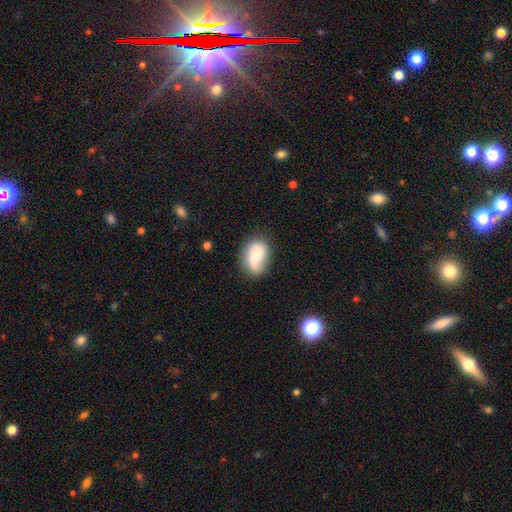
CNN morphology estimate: Smooth or featured?
  - smooth: 50% *
  - featured or disk: 42%
  - star or artifact: 8%
How rounded?
  - in between: 78% *
  - round: 21%
  - cigar-shaped: 1%
Merging?
  - none: 69% *
  - minor disturbance: 22%
  - major disturbance: 7%
  - merger: 2%